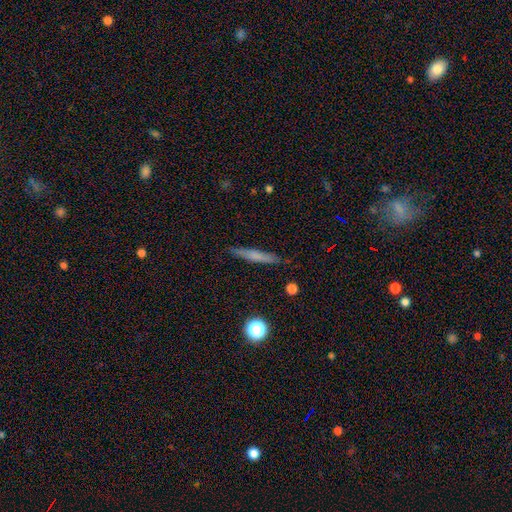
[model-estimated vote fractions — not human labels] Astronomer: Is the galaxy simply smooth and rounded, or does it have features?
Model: smooth — 60%.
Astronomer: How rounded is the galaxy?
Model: cigar-shaped — 93%.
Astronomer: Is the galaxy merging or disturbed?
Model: none — 88%.